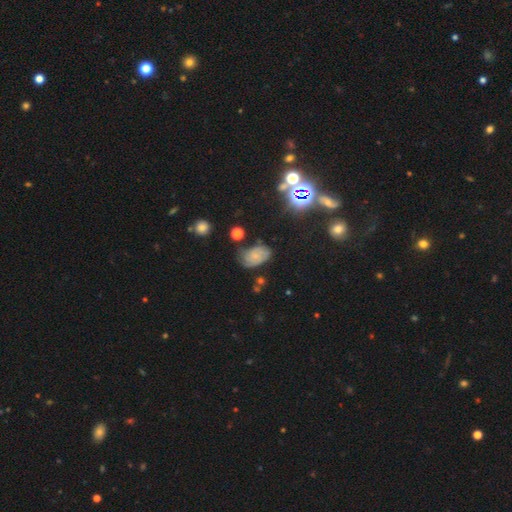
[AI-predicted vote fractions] smooth-or-featured: featured or disk: 49% | smooth: 35% | star or artifact: 16%
  merging: none: 57% | minor disturbance: 28% | major disturbance: 11% | merger: 4%